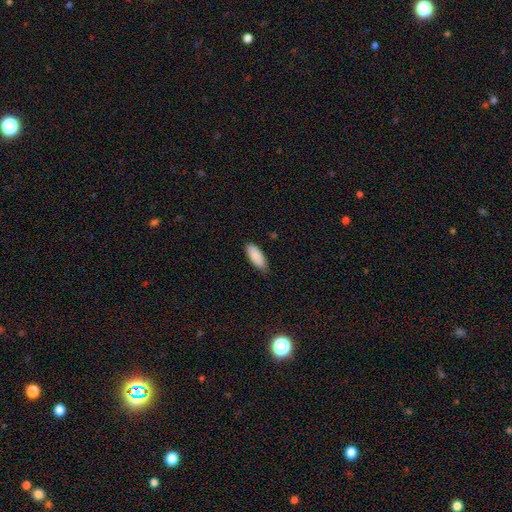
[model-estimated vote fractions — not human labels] A smooth galaxy with no disk features (89%) that is in between round and cigar-shaped (80%). Merging: none (78%).